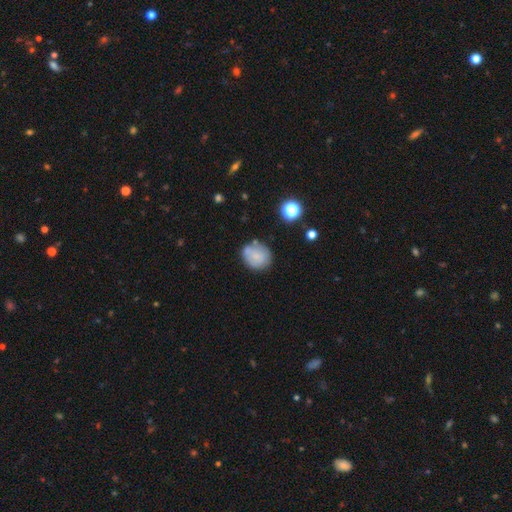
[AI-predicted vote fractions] Smooth or featured? Predicted: smooth (p=0.75). How rounded? Predicted: round (p=0.69). Merging? Predicted: none (p=0.66).